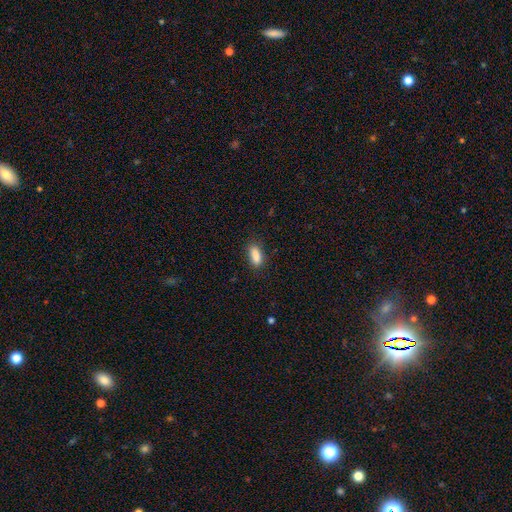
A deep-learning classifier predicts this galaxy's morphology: Overall: smooth (88%). How rounded: in between (77%). Merging: none (81%).